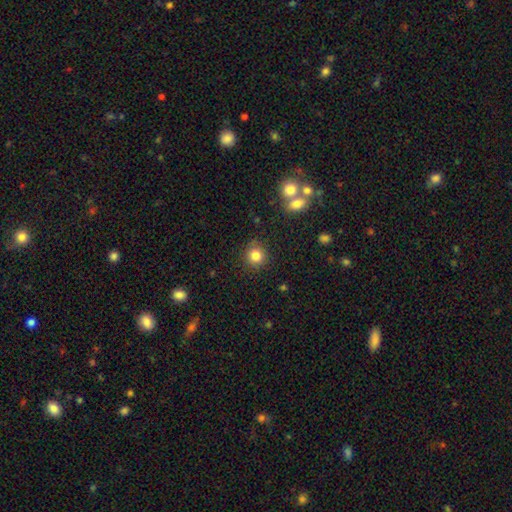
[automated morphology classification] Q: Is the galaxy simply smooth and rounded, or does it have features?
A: smooth — 83%.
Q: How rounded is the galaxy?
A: round — 89%.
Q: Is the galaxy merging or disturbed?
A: none — 86%.